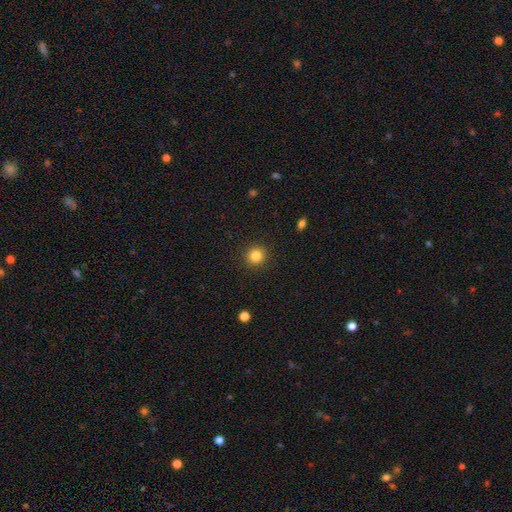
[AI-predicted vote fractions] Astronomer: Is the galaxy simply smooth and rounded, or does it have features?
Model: smooth — 83%.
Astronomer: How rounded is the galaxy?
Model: round — 94%.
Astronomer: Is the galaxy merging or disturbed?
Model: none — 92%.